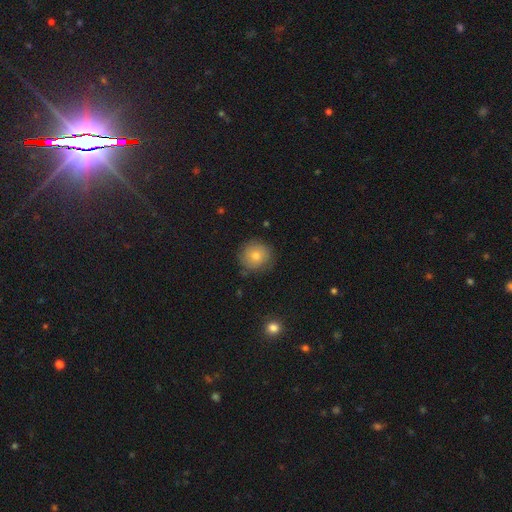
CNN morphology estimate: type=smooth (65%); roundness=round (93%); merging=none (81%).